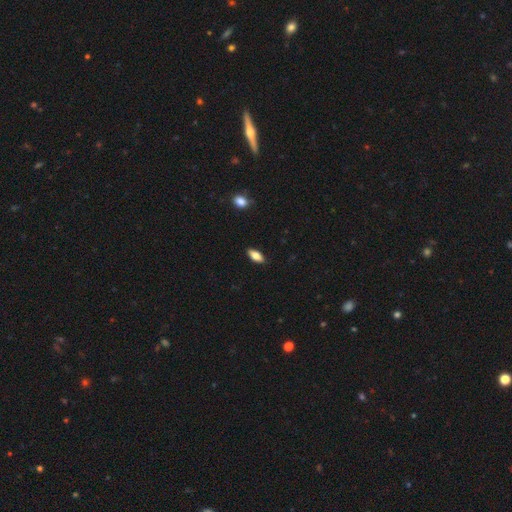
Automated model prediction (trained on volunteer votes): smooth 76%, featured or disk 16%, star or artifact 7%. Down the decision tree: how rounded — in between (84%); merging — none (88%).